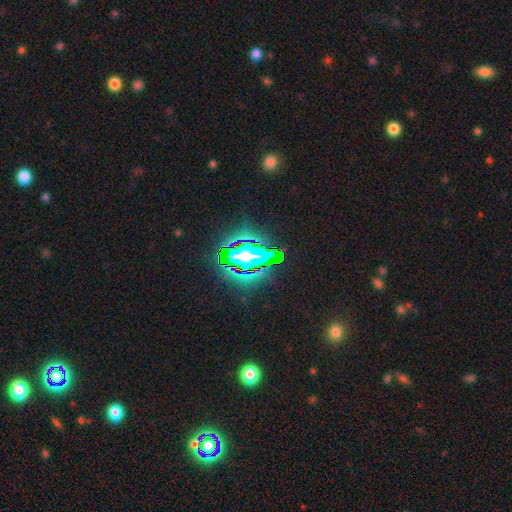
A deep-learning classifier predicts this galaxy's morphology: Smooth or featured?
  - star or artifact: 73% *
  - smooth: 14%
  - featured or disk: 13%